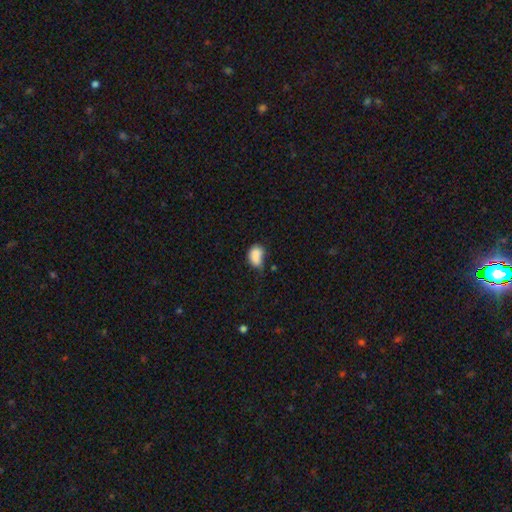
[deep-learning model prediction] Smooth or featured: smooth — 79% (featured or disk — 12%)
How rounded: in between — 75% (round — 23%)
Merging: minor disturbance — 33% (none — 27%)